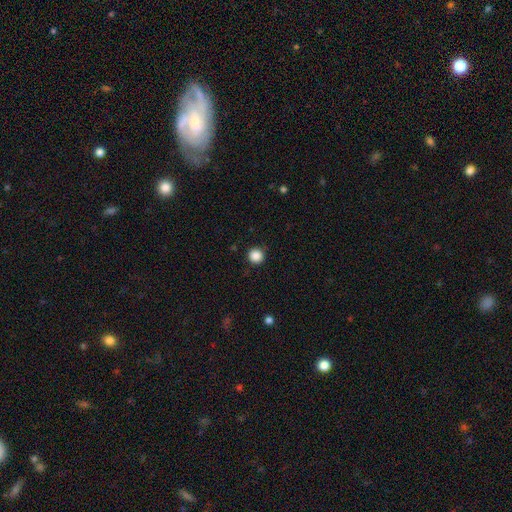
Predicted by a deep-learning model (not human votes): Smooth or featured: smooth — 87% (star or artifact — 10%)
How rounded: round — 95% (in between — 4%)
Merging: none — 91% (minor disturbance — 6%)